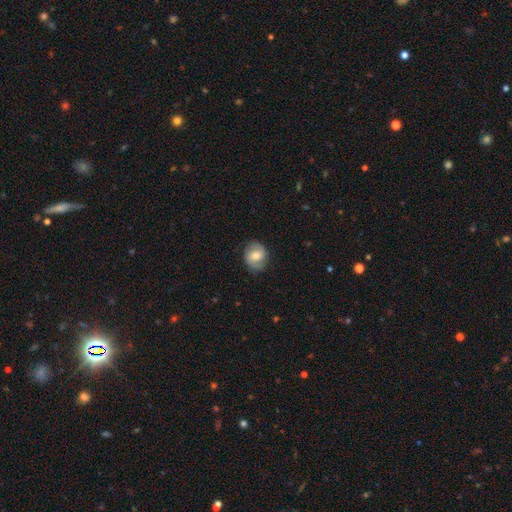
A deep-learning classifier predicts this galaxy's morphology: The model was most divided on "bar" (2-way tie): weak: 43%, no: 43%, strong: 14%. More confident: edge-on disk — no (97%); spiral arms — yes (84%); merging — none (81%); bulge size — moderate (62%); smooth or featured — featured or disk (53%).